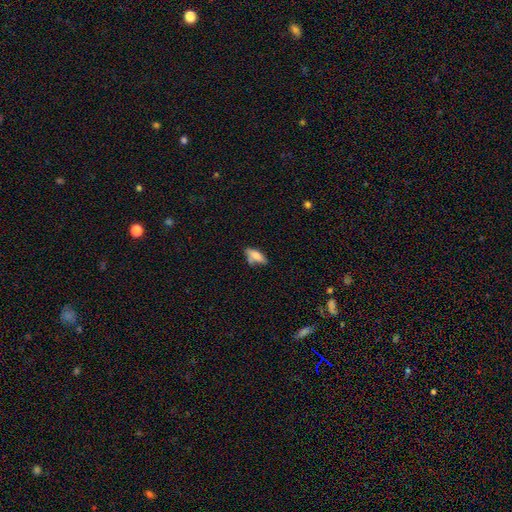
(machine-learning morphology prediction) A smooth galaxy with no disk features (70%) that is in between round and cigar-shaped (65%).

Vote fractions:
- Smooth or featured? smooth: 70% / featured or disk: 22% / star or artifact: 8%
- How rounded? in between: 65% / cigar-shaped: 32% / round: 3%
- Merging? none: 52% / minor disturbance: 24% / merger: 16% / major disturbance: 8%